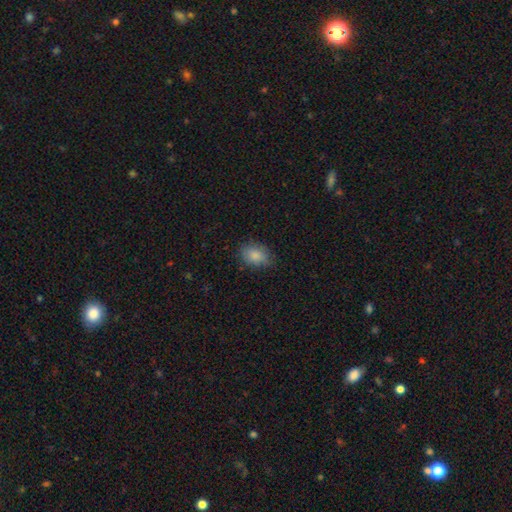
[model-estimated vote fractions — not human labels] smooth-or-featured: smooth: 85% | star or artifact: 8% | featured or disk: 7%
  how-rounded: in between: 77% | round: 22% | cigar-shaped: 1%
  merging: none: 78% | minor disturbance: 17% | major disturbance: 4% | merger: 1%